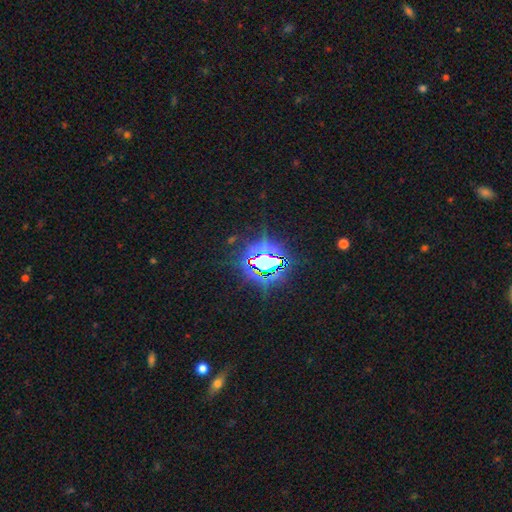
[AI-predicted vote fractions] Smooth or featured?
  - star or artifact: 84% *
  - smooth: 10%
  - featured or disk: 7%